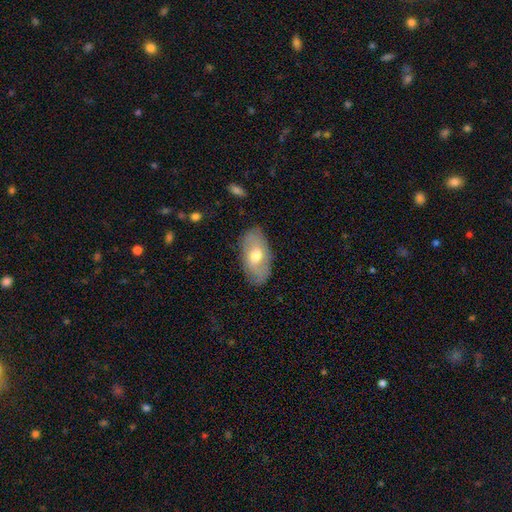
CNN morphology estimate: Smooth or featured?
  - smooth: 55% *
  - featured or disk: 38%
  - star or artifact: 6%
How rounded?
  - in between: 93% *
  - round: 5%
  - cigar-shaped: 3%
Merging?
  - none: 80% *
  - minor disturbance: 15%
  - major disturbance: 4%
  - merger: 1%